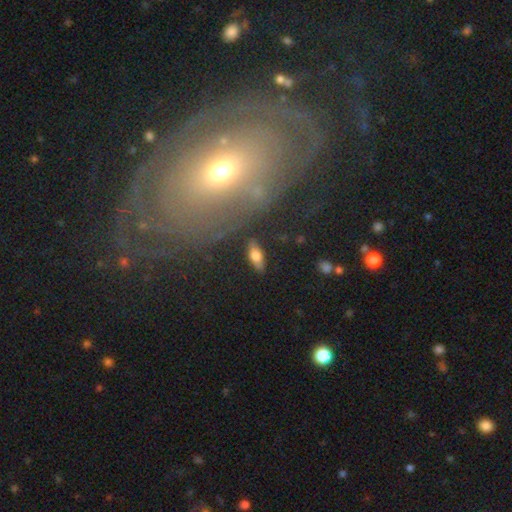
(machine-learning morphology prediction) Smooth or featured? Predicted: smooth (p=0.66). How rounded? Predicted: in between (p=0.75). Merging? Predicted: none (p=0.84).